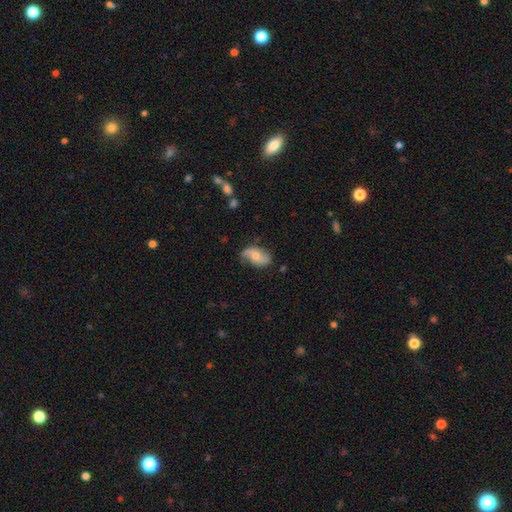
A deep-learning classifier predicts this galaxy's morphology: Smooth or featured: featured or disk — 49% (smooth — 44%)
Merging: none — 68% (minor disturbance — 24%)